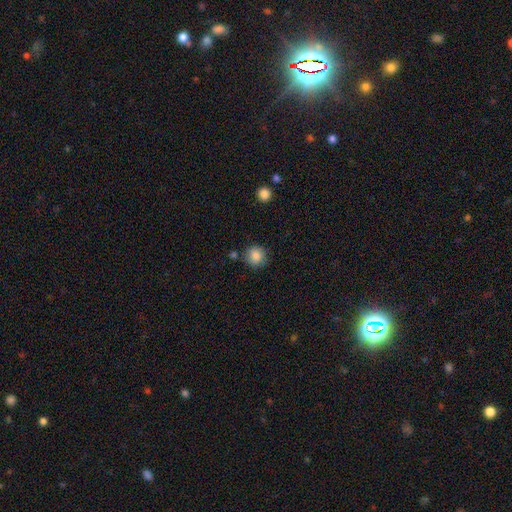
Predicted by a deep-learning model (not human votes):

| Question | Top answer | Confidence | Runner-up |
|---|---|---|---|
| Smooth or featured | smooth | 86% | star or artifact (9%) |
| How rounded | round | 91% | in between (8%) |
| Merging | none | 80% | minor disturbance (12%) |